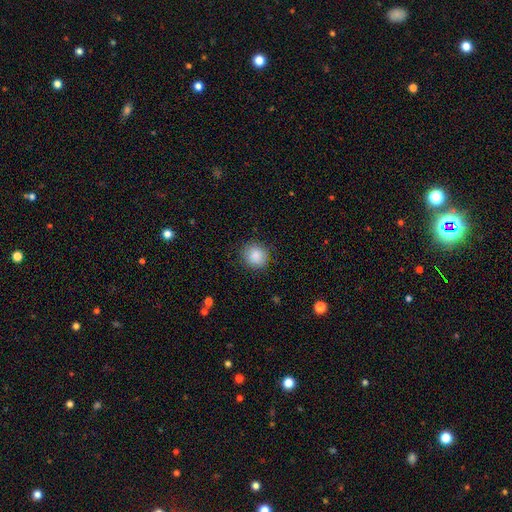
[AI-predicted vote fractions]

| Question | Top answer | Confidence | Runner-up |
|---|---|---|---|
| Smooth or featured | smooth | 88% | star or artifact (8%) |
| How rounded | round | 86% | in between (13%) |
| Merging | none | 87% | minor disturbance (9%) |